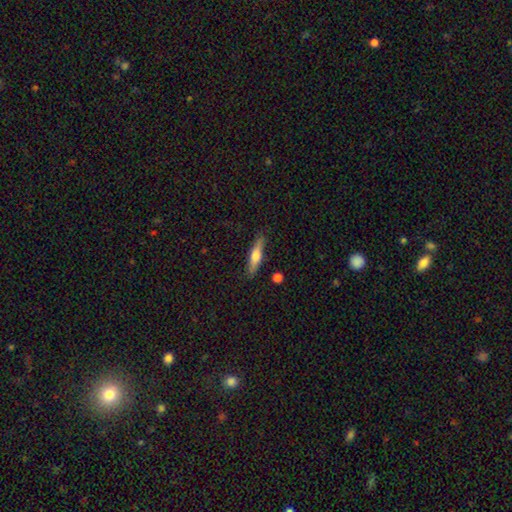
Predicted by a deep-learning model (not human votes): Q: Smooth or featured?
A: smooth (55%); runner-up: featured or disk (39%)
Q: How rounded?
A: cigar-shaped (78%); runner-up: in between (19%)
Q: Merging?
A: none (84%); runner-up: minor disturbance (11%)